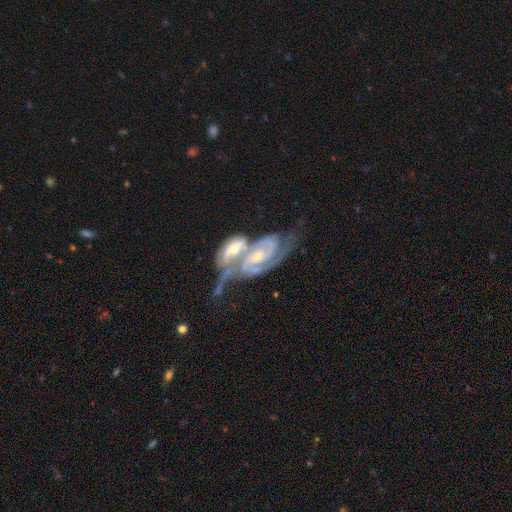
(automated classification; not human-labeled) This is clearly a featured or disk galaxy (89%). It is clearly not viewed edge-on (95%). Bar: marginally weak (42%). Spiral arm pattern: clearly yes (97%). Spiral arm count: clearly 2 (85%). Spiral winding: possibly medium (46%). Central bulge: possibly small (51%). Merging: likely merger (64%).